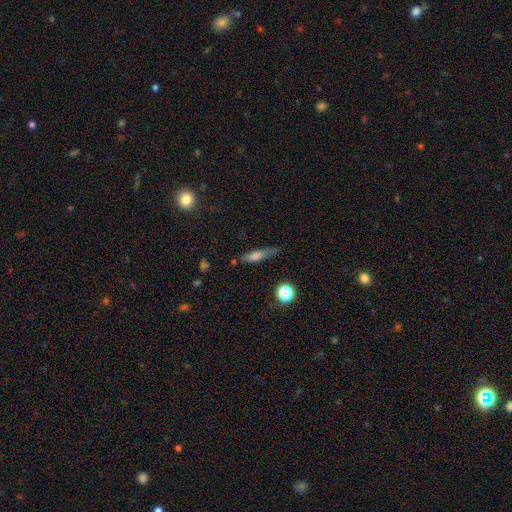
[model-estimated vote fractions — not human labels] The model was most divided on "smooth or featured": smooth: 47%, featured or disk: 39%, star or artifact: 14%. More confident: merging — none (71%).